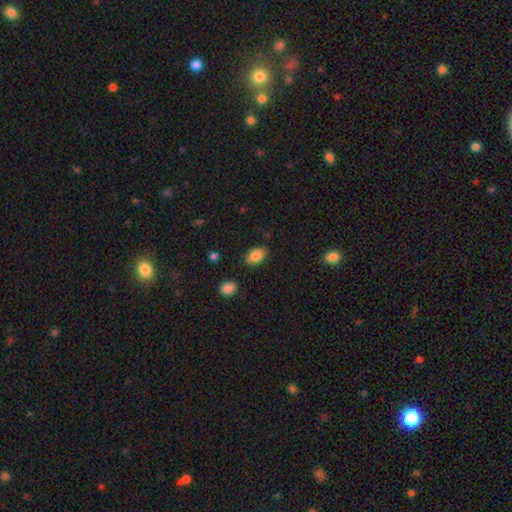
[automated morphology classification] Smooth or featured?
  - smooth: 85% *
  - star or artifact: 8%
  - featured or disk: 7%
How rounded?
  - in between: 89% *
  - round: 10%
  - cigar-shaped: 1%
Merging?
  - none: 85% *
  - minor disturbance: 11%
  - major disturbance: 3%
  - merger: 2%